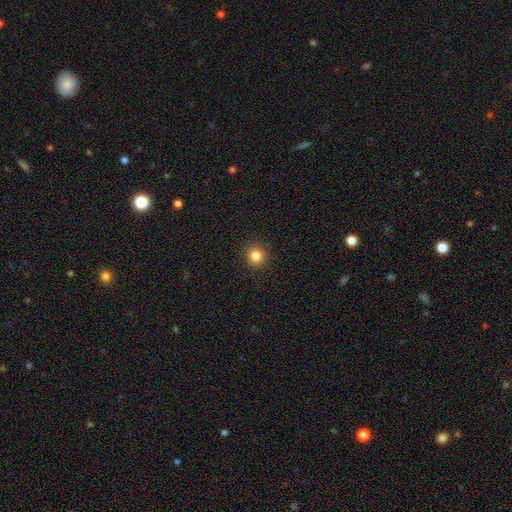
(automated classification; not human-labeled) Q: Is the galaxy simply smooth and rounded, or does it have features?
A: smooth — 83%.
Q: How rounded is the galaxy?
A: round — 93%.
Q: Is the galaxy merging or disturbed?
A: none — 92%.